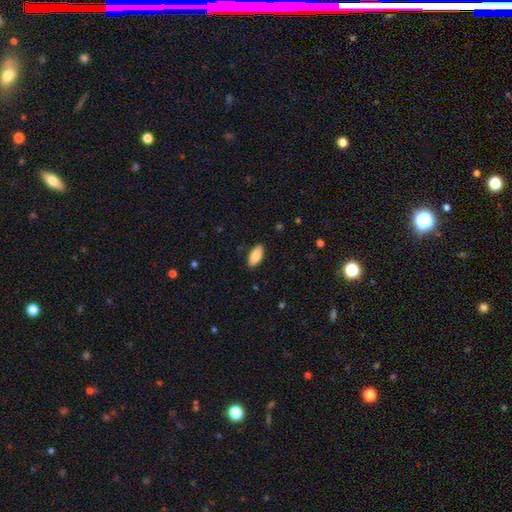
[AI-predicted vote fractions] Morphology: type=smooth (83%); roundness=in between (85%); merging=none (89%).